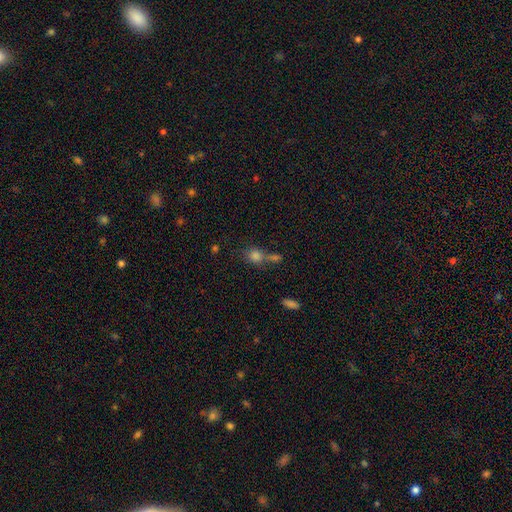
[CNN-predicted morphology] This is likely a smooth galaxy (79%). How rounded: likely round (71%). Merging: marginally none (44%).